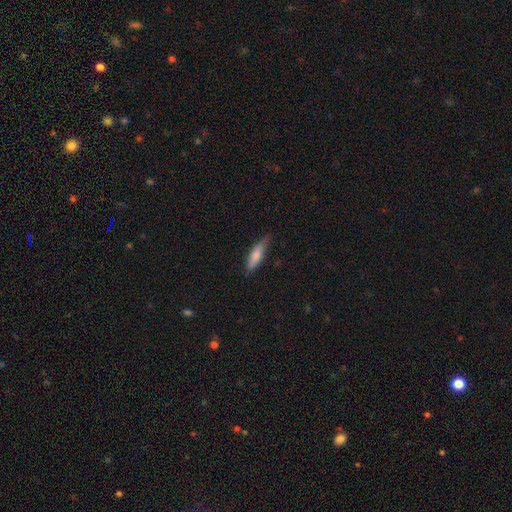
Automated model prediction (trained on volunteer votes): This appears to be a smooth galaxy with no disk features (74%) that is cigar-shaped (67%). Merging: none (64%).